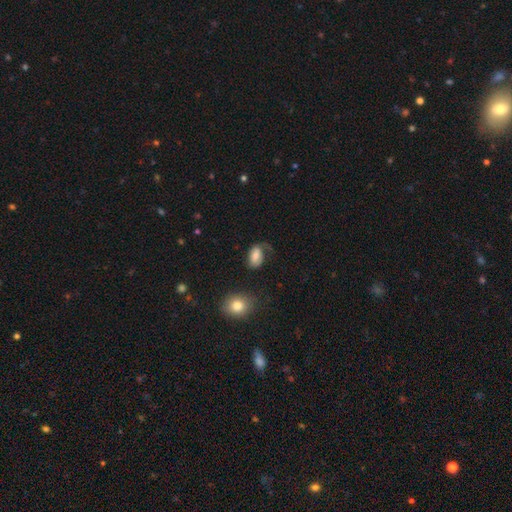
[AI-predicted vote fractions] Smooth or featured? Predicted: smooth (p=0.68). How rounded? Predicted: in between (p=0.86). Merging? Predicted: none (p=0.42).